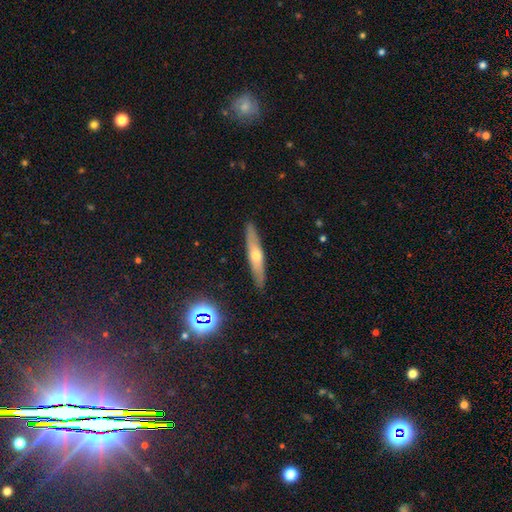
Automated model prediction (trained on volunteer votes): Smooth or featured?
  - featured or disk: 57% *
  - smooth: 33%
  - star or artifact: 10%
Edge-on disk?
  - yes: 86% *
  - no: 14%
Merging?
  - none: 89% *
  - minor disturbance: 8%
  - major disturbance: 2%
  - merger: 1%